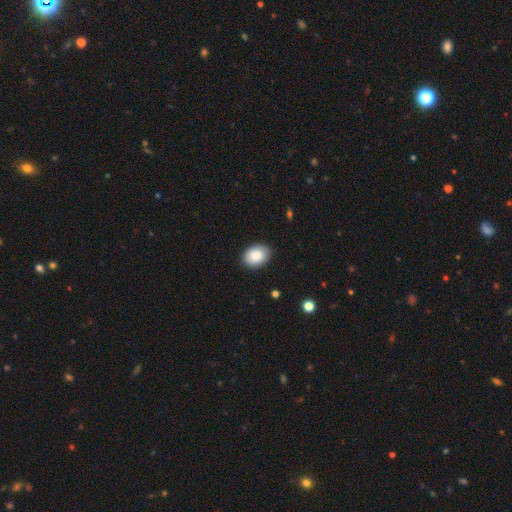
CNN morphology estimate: A smooth galaxy with no disk features (87%) that is in between round and cigar-shaped (75%).

Vote fractions:
- Smooth or featured? smooth: 87% / star or artifact: 7% / featured or disk: 6%
- How rounded? in between: 75% / round: 24% / cigar-shaped: 1%
- Merging? none: 88% / minor disturbance: 9% / major disturbance: 2% / merger: 1%